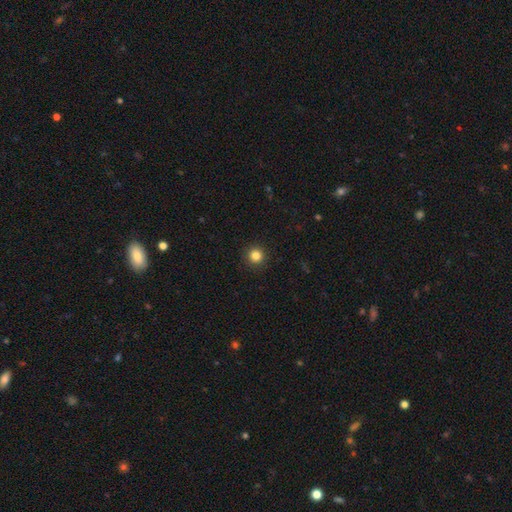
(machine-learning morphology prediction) type=smooth (84%); roundness=round (95%); merging=none (92%).